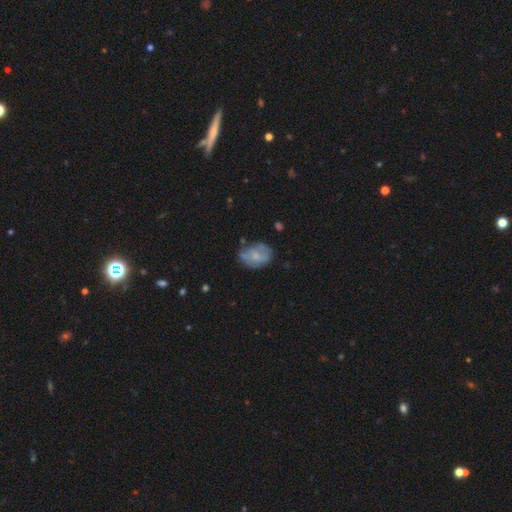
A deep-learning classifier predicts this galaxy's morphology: This appears to be a smooth galaxy with no disk features (54%) that is in between round and cigar-shaped (65%). Merging: none (55%).